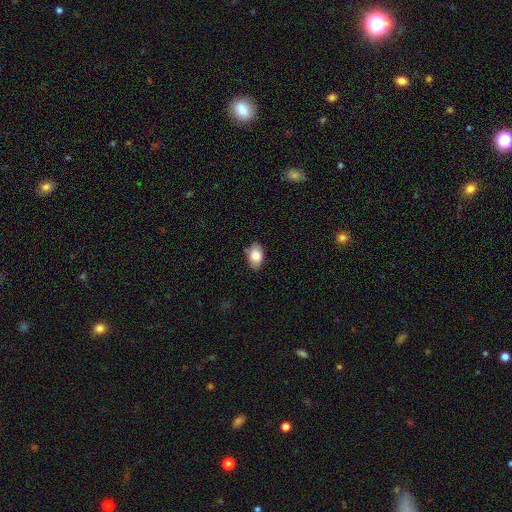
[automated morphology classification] Smooth or featured? smooth (85%)
How rounded? in between (88%)
Merging? none (79%)